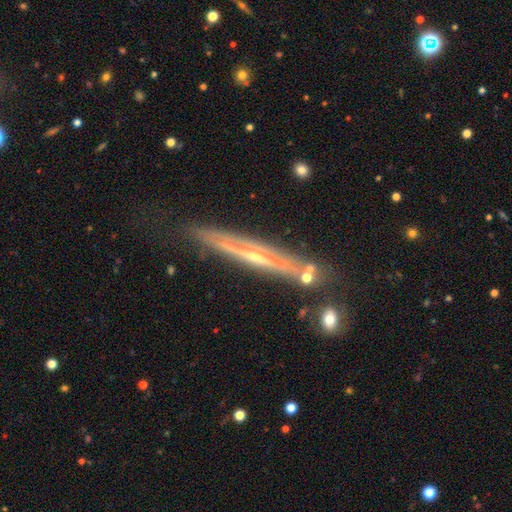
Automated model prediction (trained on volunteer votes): The model was most divided on "edge-on bulge": rounded: 67%, none: 29%, boxy: 4%. More confident: edge-on disk — yes (86%); smooth or featured — featured or disk (77%); merging — none (72%).